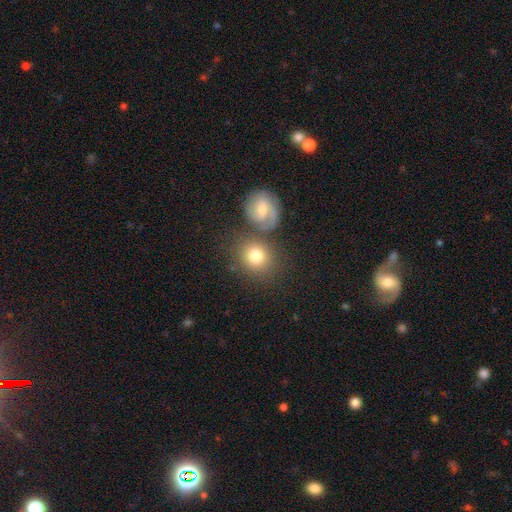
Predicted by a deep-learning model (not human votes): This appears to be a smooth galaxy with no disk features (75%) that is round (75%). Merging: none (61%).